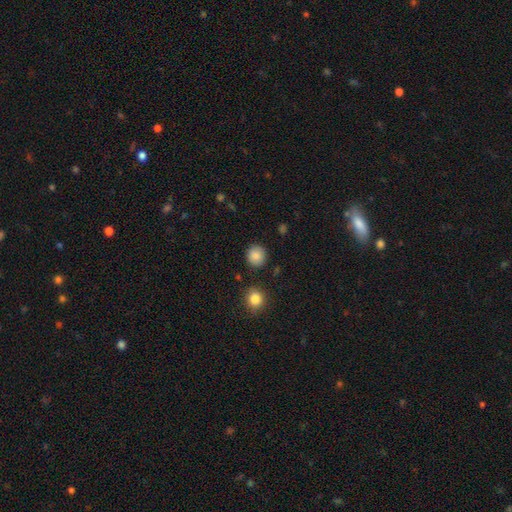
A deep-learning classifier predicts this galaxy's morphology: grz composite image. It shows a smooth galaxy with no disk features (87%) that is round (91%). Merging: none (89%).